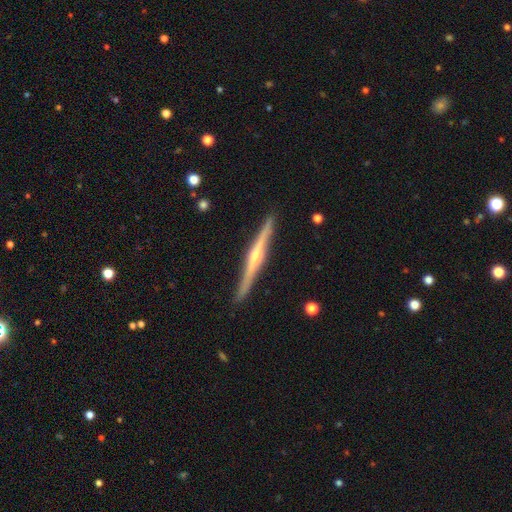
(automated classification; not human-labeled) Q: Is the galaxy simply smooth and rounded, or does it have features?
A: featured or disk — 82%.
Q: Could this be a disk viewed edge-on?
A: yes — 98%.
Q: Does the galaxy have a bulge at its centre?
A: rounded — 84%.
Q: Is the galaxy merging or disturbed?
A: none — 91%.